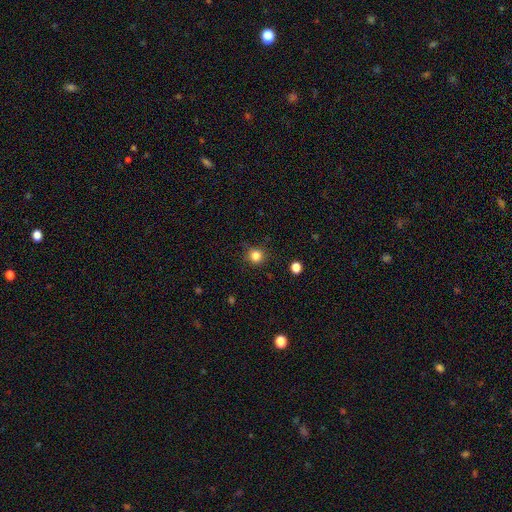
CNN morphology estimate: Smooth or featured? Predicted: smooth (p=0.84). How rounded? Predicted: round (p=0.92). Merging? Predicted: none (p=0.85).